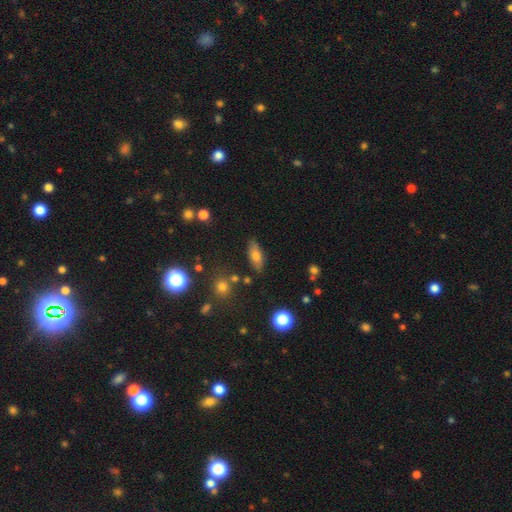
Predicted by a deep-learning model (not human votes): Morphology: type=smooth (71%); roundness=in between (79%); merging=none (80%).